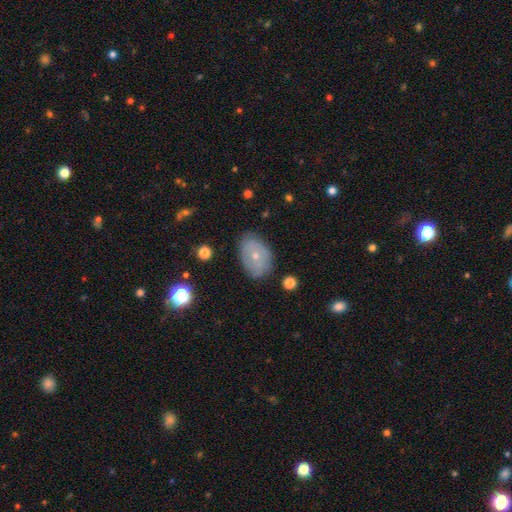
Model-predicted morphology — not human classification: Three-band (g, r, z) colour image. It shows a smooth galaxy with no disk features (48%). Merging: none (76%).